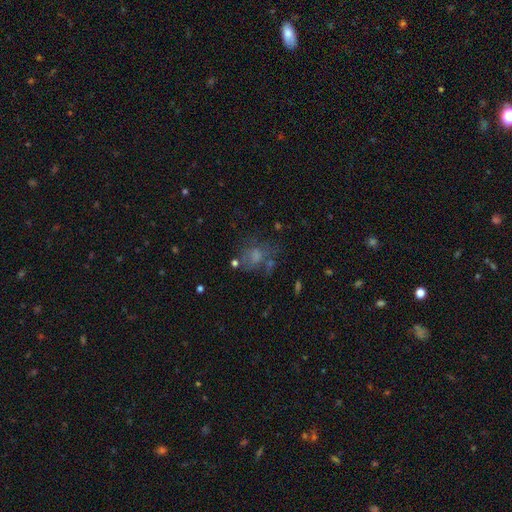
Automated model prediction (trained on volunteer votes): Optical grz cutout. It shows a smooth galaxy with no disk features (51%) that is in between round and cigar-shaped (58%). Merging: none (40%).